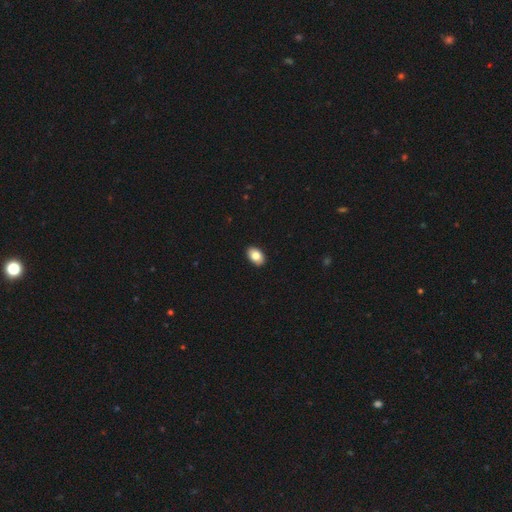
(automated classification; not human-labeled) This appears to be a smooth galaxy with no disk features (83%) that is in between round and cigar-shaped (90%). Merging: none (90%).